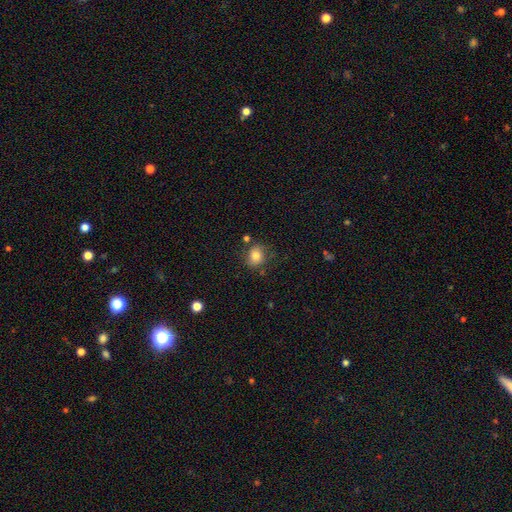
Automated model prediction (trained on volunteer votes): Smooth or featured? Predicted: smooth (p=0.80). How rounded? Predicted: round (p=0.66). Merging? Predicted: none (p=0.73).